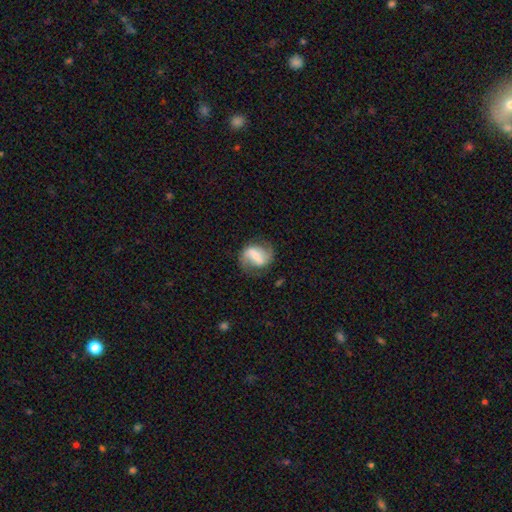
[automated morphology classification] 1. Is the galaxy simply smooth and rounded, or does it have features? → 67% featured or disk, 26% smooth, 7% star or artifact.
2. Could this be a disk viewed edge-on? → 96% no, 4% yes.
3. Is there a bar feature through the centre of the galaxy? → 47% strong, 36% weak, 17% no.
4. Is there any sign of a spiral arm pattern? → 86% yes, 14% no.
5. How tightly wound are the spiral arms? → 42% loose, 40% medium, 17% tight.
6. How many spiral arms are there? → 85% 2, 7% can't tell, 5% 1, 1% 3, 1% 4, 1% more than 4.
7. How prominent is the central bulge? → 46% small, 34% moderate, 10% none, 7% large, 2% dominant.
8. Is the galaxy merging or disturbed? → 69% none, 19% minor disturbance, 10% major disturbance, 2% merger.